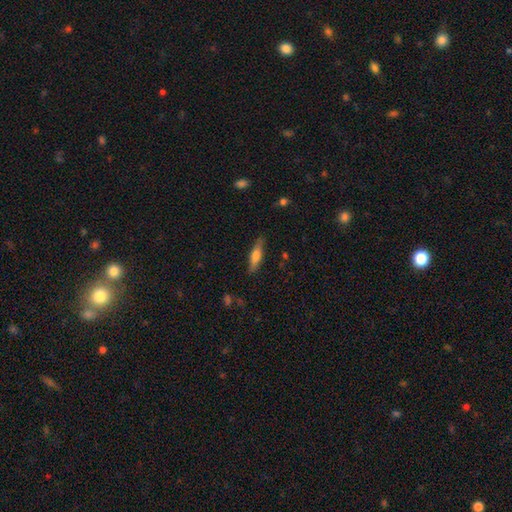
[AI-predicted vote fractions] Morphology: type=smooth (56%); roundness=cigar-shaped (73%); merging=none (85%).